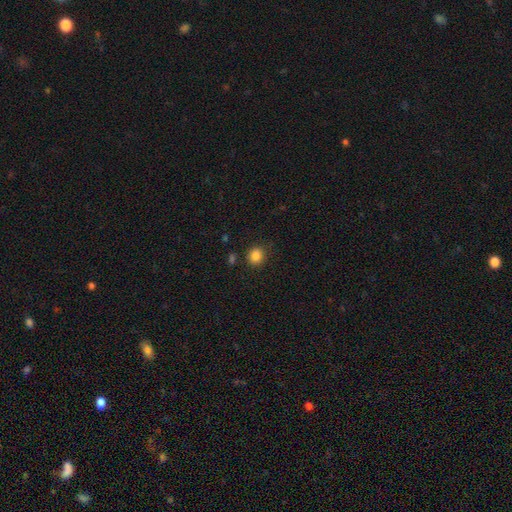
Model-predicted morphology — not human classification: Smooth or featured?
  - smooth: 85% *
  - star or artifact: 11%
  - featured or disk: 4%
How rounded?
  - round: 81% *
  - in between: 18%
  - cigar-shaped: 1%
Merging?
  - none: 87% *
  - minor disturbance: 8%
  - major disturbance: 3%
  - merger: 2%